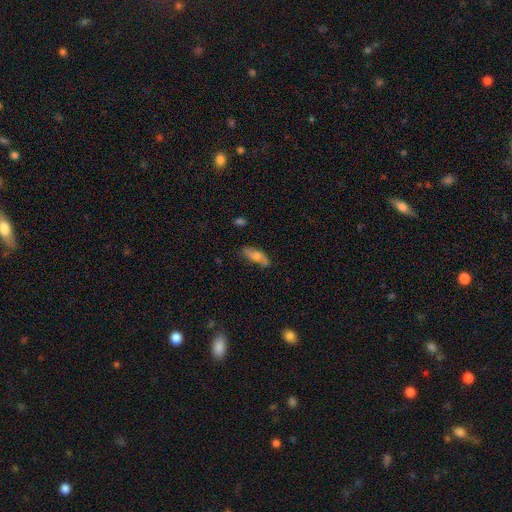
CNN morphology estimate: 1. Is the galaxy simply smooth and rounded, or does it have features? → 62% smooth, 29% featured or disk, 9% star or artifact.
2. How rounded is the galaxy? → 72% in between, 25% cigar-shaped, 3% round.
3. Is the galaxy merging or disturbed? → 62% none, 23% minor disturbance, 8% merger, 7% major disturbance.